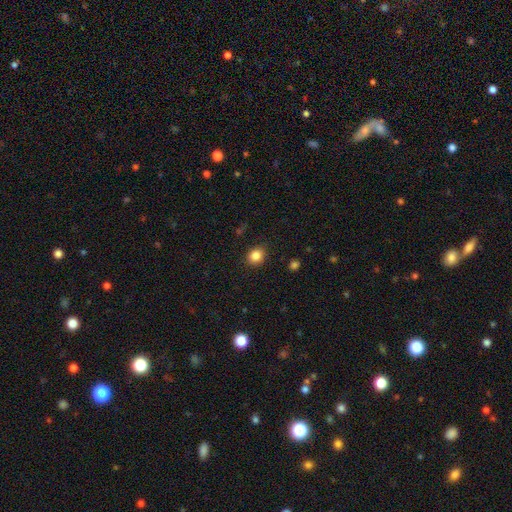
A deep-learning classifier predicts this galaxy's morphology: A smooth galaxy with no disk features (85%) that is round (70%).

Vote fractions:
- Smooth or featured? smooth: 85% / star or artifact: 11% / featured or disk: 4%
- How rounded? round: 70% / in between: 29% / cigar-shaped: 1%
- Merging? none: 87% / minor disturbance: 9% / major disturbance: 3% / merger: 1%